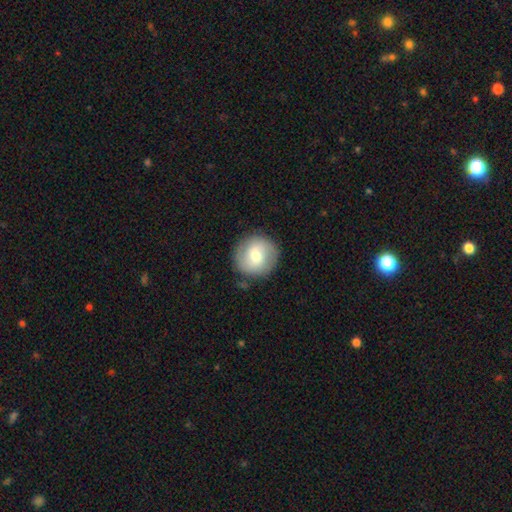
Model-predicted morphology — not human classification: Smooth or featured?
  - smooth: 62% *
  - featured or disk: 30%
  - star or artifact: 7%
How rounded?
  - round: 92% *
  - in between: 7%
  - cigar-shaped: 1%
Merging?
  - none: 85% *
  - minor disturbance: 10%
  - major disturbance: 3%
  - merger: 2%